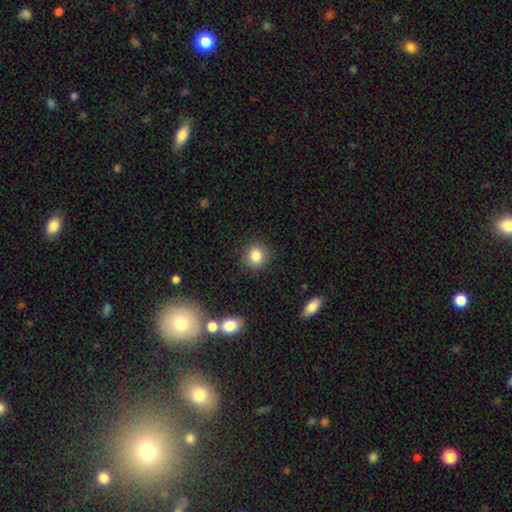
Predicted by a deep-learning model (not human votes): A smooth galaxy with no disk features (84%) that is round (83%).

Vote fractions:
- Smooth or featured? smooth: 84% / star or artifact: 11% / featured or disk: 5%
- How rounded? round: 83% / in between: 16% / cigar-shaped: 1%
- Merging? none: 88% / minor disturbance: 8% / major disturbance: 3% / merger: 2%